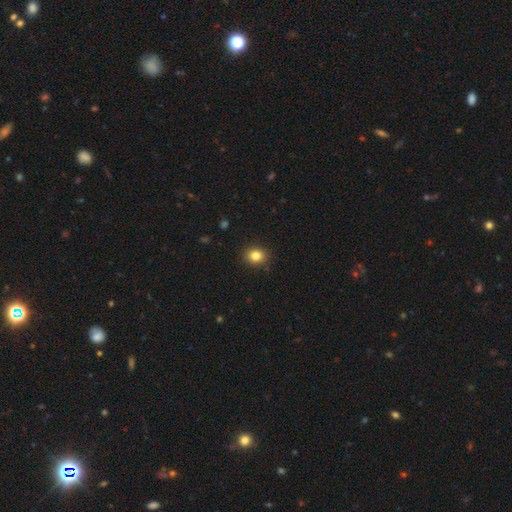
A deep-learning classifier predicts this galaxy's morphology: type=smooth (83%); roundness=round (63%); merging=none (90%).